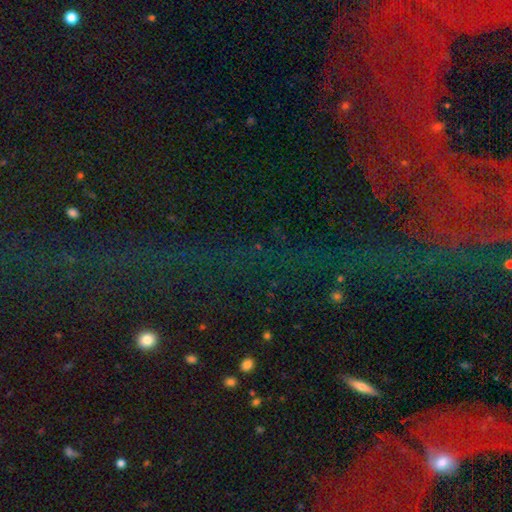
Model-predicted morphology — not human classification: Smooth or featured?
  - star or artifact: 72% *
  - featured or disk: 16%
  - smooth: 12%